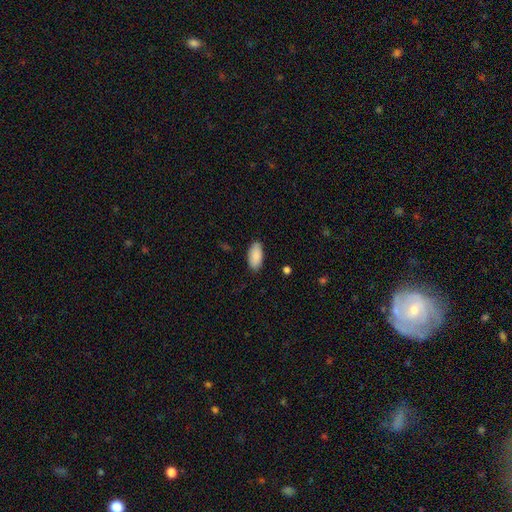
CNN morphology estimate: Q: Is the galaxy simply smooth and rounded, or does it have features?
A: smooth — 89%.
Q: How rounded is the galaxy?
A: in between — 94%.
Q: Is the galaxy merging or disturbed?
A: none — 86%.